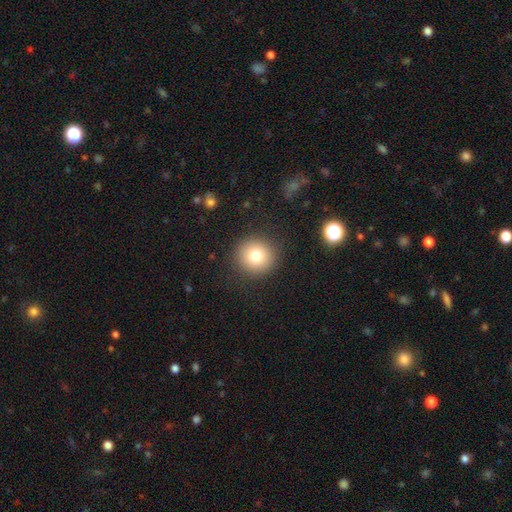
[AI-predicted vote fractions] Smooth or featured?
  - smooth: 78% *
  - star or artifact: 11%
  - featured or disk: 10%
How rounded?
  - round: 94% *
  - in between: 5%
  - cigar-shaped: 1%
Merging?
  - none: 90% *
  - minor disturbance: 6%
  - major disturbance: 3%
  - merger: 1%